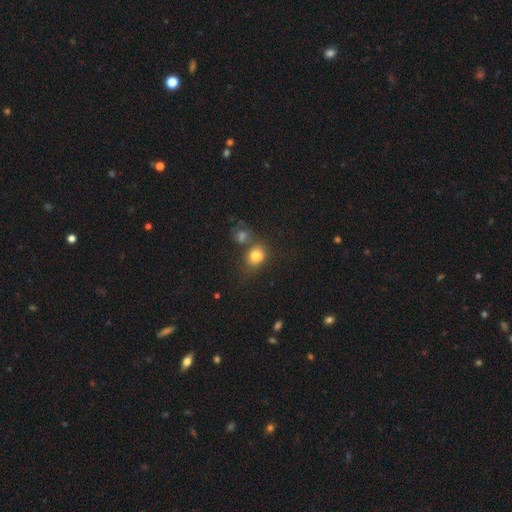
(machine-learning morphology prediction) The model was most divided on "how rounded": round: 56%, in between: 43%, cigar-shaped: 1%. Remaining: smooth or featured — smooth (77%); merging — none (47%).